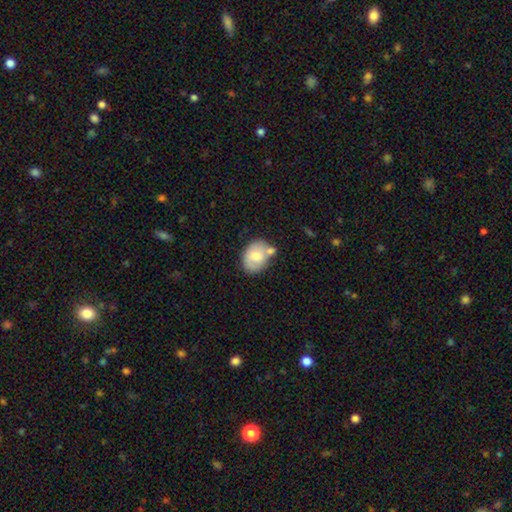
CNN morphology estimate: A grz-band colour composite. It shows a smooth galaxy with no disk features (68%) that is in between round and cigar-shaped (69%). Merging: none (49%).